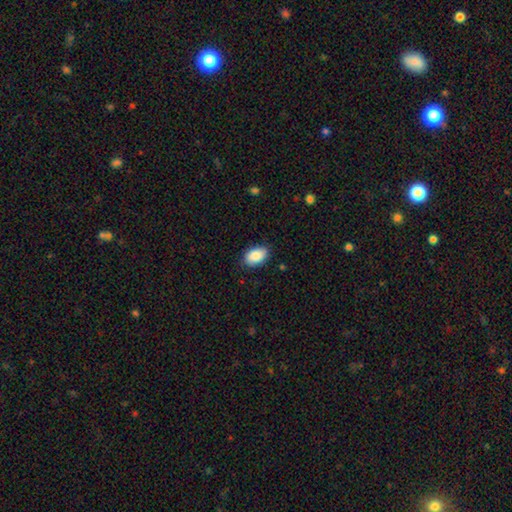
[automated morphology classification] type=smooth (89%); roundness=in between (92%); merging=none (86%).